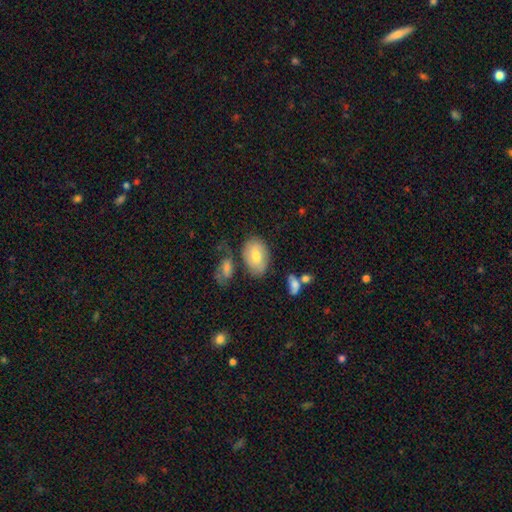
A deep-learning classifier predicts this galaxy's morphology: Smooth or featured: smooth — 66% (featured or disk — 26%)
How rounded: in between — 84% (round — 14%)
Merging: none — 64% (minor disturbance — 20%)